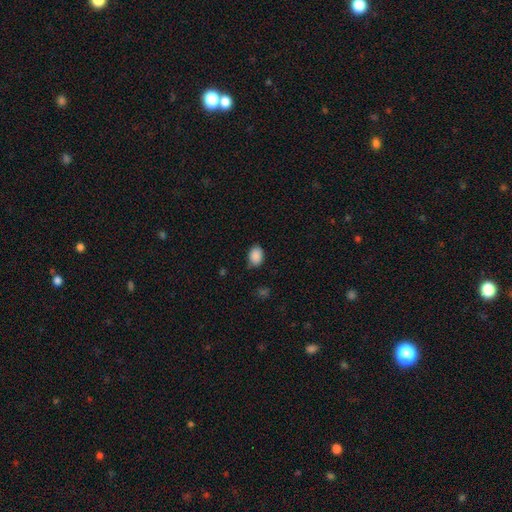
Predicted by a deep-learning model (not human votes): Morphology: type=smooth (89%); roundness=in between (76%); merging=none (75%).